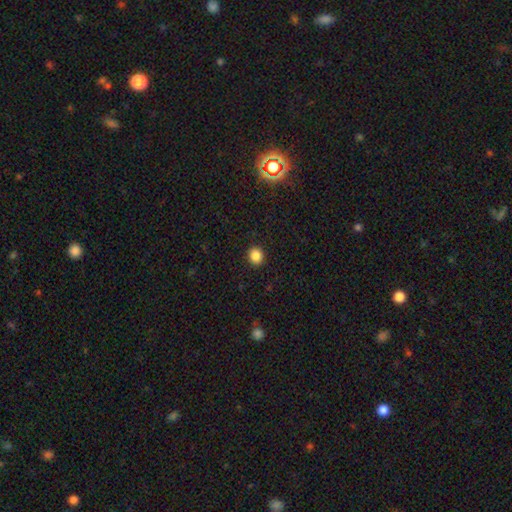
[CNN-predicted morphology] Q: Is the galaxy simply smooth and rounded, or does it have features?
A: smooth — 86%.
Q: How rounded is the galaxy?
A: round — 74%.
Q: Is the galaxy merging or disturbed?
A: none — 91%.